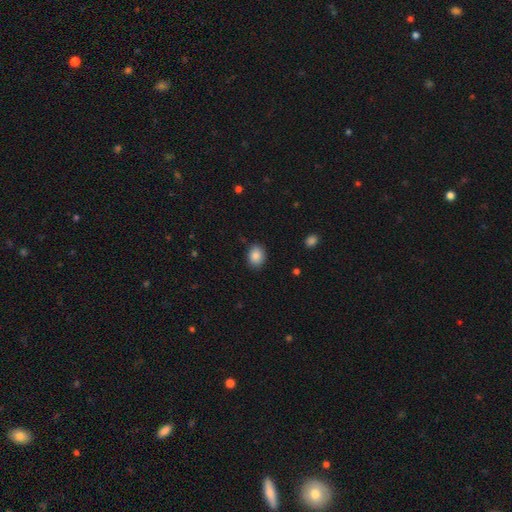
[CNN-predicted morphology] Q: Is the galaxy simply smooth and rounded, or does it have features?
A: smooth — 88%.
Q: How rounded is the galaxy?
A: in between — 56%.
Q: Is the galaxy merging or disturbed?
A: none — 87%.